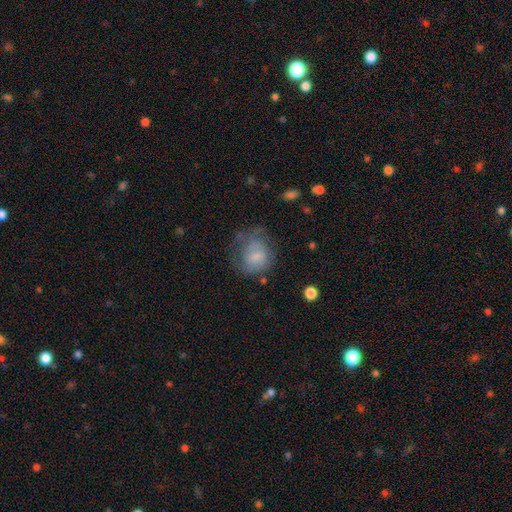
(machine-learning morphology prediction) A smooth galaxy with no disk features (59%) that is round (59%). Merging: none (41%).